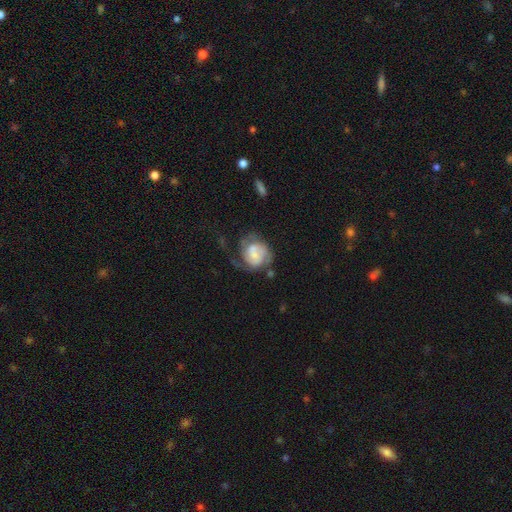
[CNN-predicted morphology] A featured or disk galaxy (65%) with no bar (52%), 2 (52%) tight (41%) spiral arms (84%) and a small central bulge (41%).

Vote fractions:
- Smooth or featured? featured or disk: 65% / smooth: 28% / star or artifact: 7%
- Edge-on disk? no: 98% / yes: 2%
- Bar? no: 52% / weak: 39% / strong: 9%
- Spiral arms? yes: 84% / no: 16%
- Spiral winding? tight: 41% / medium: 40% / loose: 19%
- Spiral arm count? 2: 52% / can't tell: 22% / 1: 14% / 3: 8% / 4: 2% / more than 4: 2%
- Bulge size? small: 41% / moderate: 25% / none: 22% / large: 9% / dominant: 2%
- Merging? none: 40% / major disturbance: 31% / minor disturbance: 23% / merger: 7%